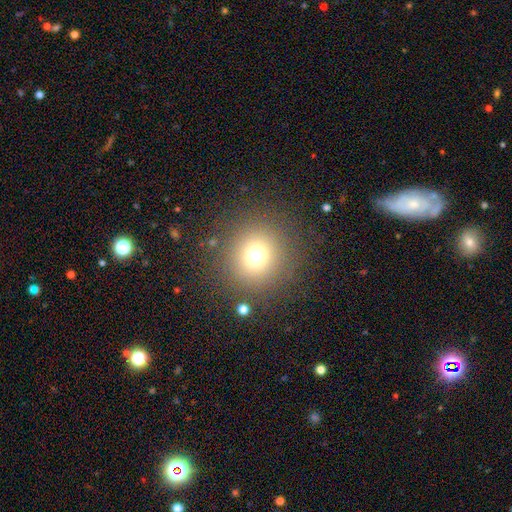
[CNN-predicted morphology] smooth_or_featured: smooth (p=0.71) [alt: star or artifact p=0.21]
how_rounded: round (p=0.94) [alt: in between p=0.05]
merging: none (p=0.86) [alt: minor disturbance p=0.07]